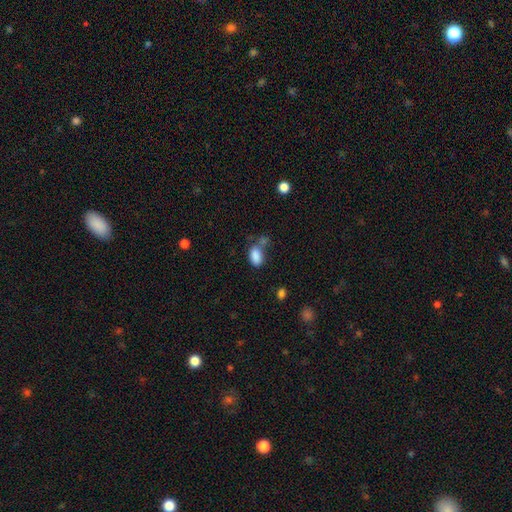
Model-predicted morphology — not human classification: This appears to be a smooth galaxy with no disk features (85%) that is in between round and cigar-shaped (91%). Merging: none (47%).